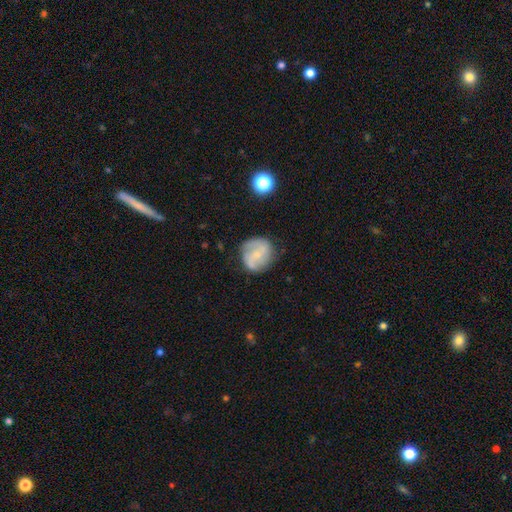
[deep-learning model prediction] Smooth or featured? featured or disk (62%)
Edge-on disk? no (98%)
Bar? no (49%)
Spiral arms? yes (88%)
Spiral winding? medium (46%)
Spiral arm count? 2 (78%)
Bulge size? small (64%)
Merging? none (75%)